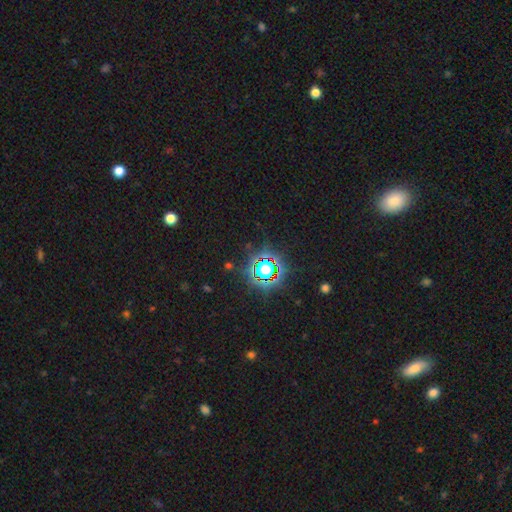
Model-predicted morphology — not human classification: A star or artifact, not a galaxy (80%).